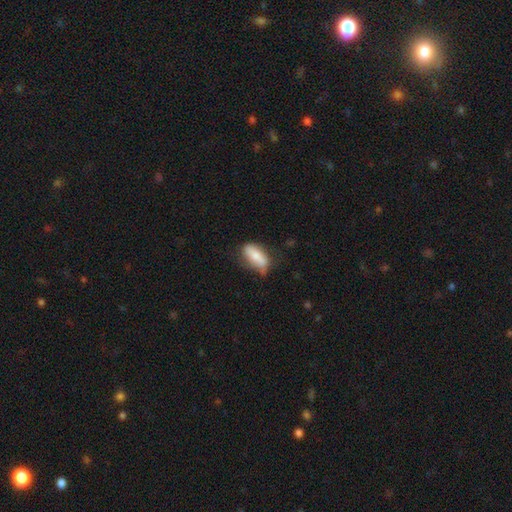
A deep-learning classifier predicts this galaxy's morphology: Q: Smooth or featured?
A: smooth (71%); runner-up: featured or disk (23%)
Q: How rounded?
A: in between (80%); runner-up: cigar-shaped (16%)
Q: Merging?
A: none (60%); runner-up: minor disturbance (29%)